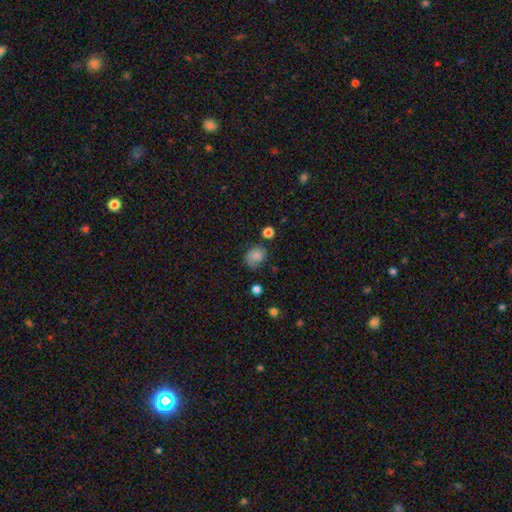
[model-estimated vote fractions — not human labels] This appears to be a smooth galaxy with no disk features (78%) that is round (58%). Merging: none (56%).